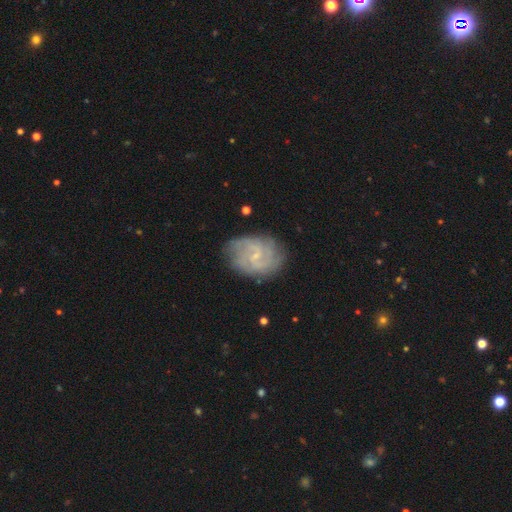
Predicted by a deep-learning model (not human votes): Overall: featured or disk (79%). Edge-on disk: no (98%). Bar: weak (54%; no 37%). Spiral arms: yes (91%). Spiral arm count: 2 (35%; can't tell 34%). Spiral winding: medium (41%, tied with tight). Bulge size: small (74%). Merging: none (74%).